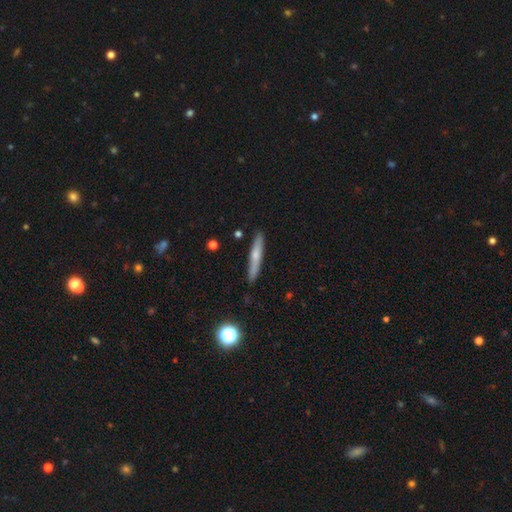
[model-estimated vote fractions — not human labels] Smooth or featured?
  - smooth: 54% *
  - featured or disk: 39%
  - star or artifact: 7%
How rounded?
  - cigar-shaped: 93% *
  - in between: 6%
  - round: 2%
Merging?
  - none: 88% *
  - minor disturbance: 9%
  - merger: 2%
  - major disturbance: 2%